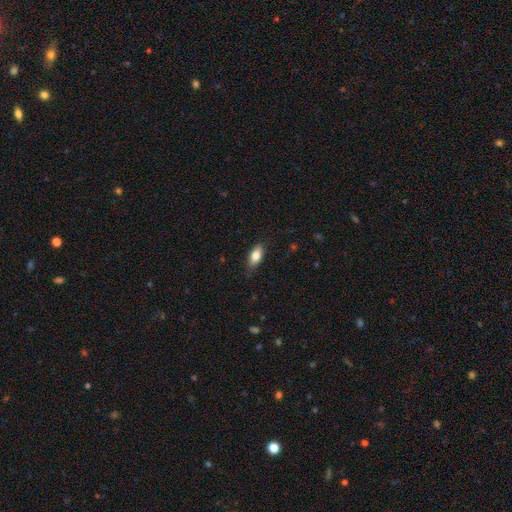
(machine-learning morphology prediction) smooth_or_featured: smooth (p=0.80) [alt: featured or disk p=0.13]
how_rounded: in between (p=0.86) [alt: cigar-shaped p=0.10]
merging: none (p=0.82) [alt: minor disturbance p=0.14]